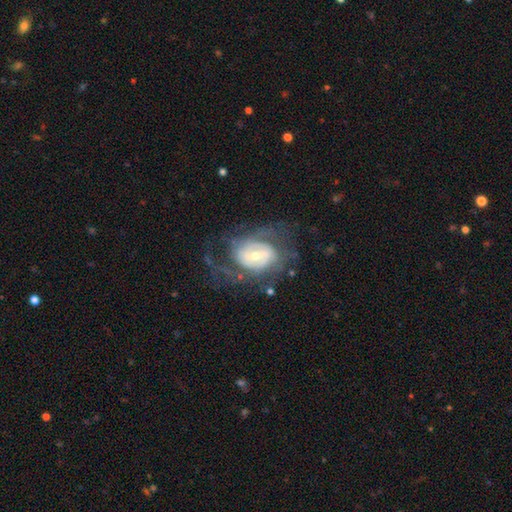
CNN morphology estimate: type=featured or disk (80%); edge-on=no (96%); bar=no (47%); spiral arms=yes (84%); winding=tight (49%); arm count=can't tell (42%); bulge=small (53%); merging=none (54%).